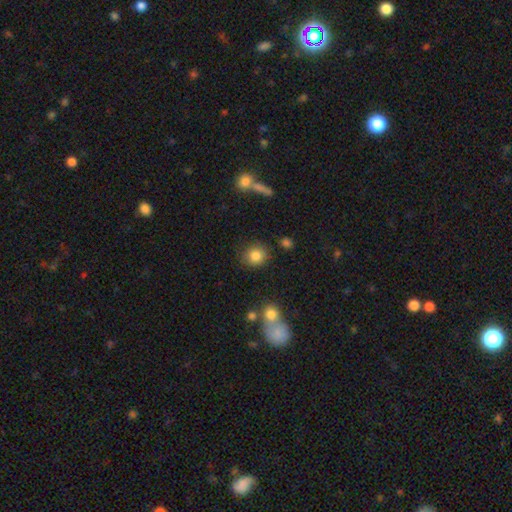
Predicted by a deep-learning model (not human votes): Overall: smooth (84%). How rounded: round (86%). Merging: none (82%).